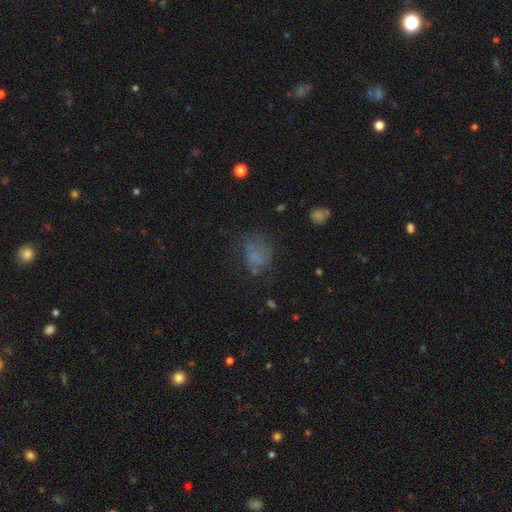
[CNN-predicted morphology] smooth-or-featured: smooth: 56% | featured or disk: 23% | star or artifact: 21%
  how-rounded: in between: 56% | round: 43% | cigar-shaped: 2%
  merging: none: 47% | major disturbance: 25% | minor disturbance: 24% | merger: 4%